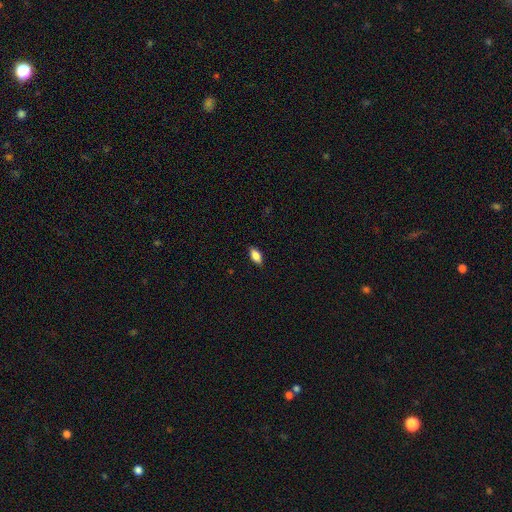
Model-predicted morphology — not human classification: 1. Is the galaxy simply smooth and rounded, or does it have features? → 84% smooth, 9% featured or disk, 7% star or artifact.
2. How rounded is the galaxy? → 88% in between, 9% cigar-shaped, 3% round.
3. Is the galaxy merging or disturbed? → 86% none, 11% minor disturbance, 2% major disturbance, 1% merger.